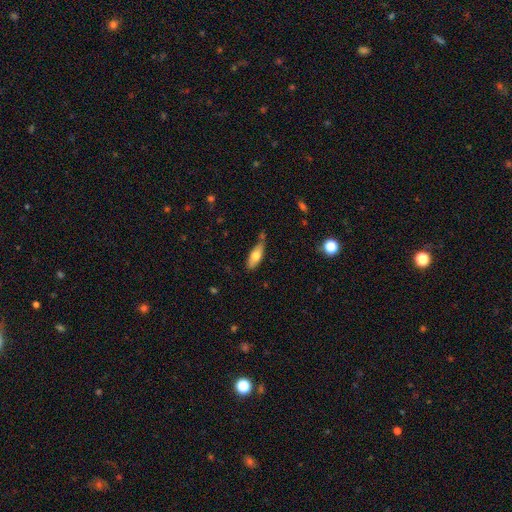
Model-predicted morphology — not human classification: This is likely a smooth galaxy (68%). How rounded: likely in between (66%). Merging: likely none (62%).